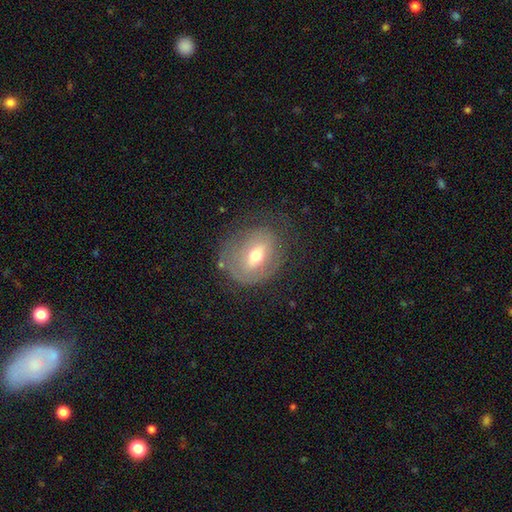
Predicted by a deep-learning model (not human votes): The model was most divided on "smooth or featured": featured or disk: 53%, smooth: 39%, star or artifact: 9%. More confident: edge-on disk — no (91%); merging — none (63%).